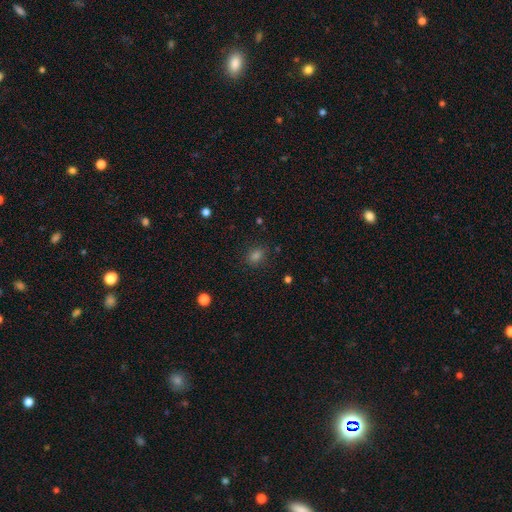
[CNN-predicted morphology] Smooth or featured?
  - smooth: 76% *
  - star or artifact: 19%
  - featured or disk: 5%
How rounded?
  - in between: 51% *
  - round: 47%
  - cigar-shaped: 1%
Merging?
  - none: 86% *
  - minor disturbance: 10%
  - major disturbance: 3%
  - merger: 2%